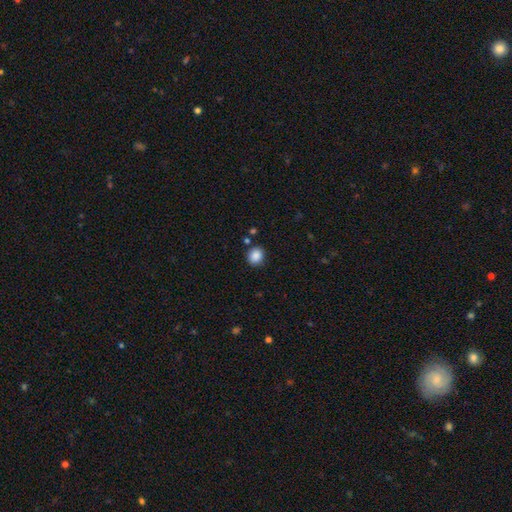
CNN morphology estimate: Q: Smooth or featured?
A: smooth (87%); runner-up: star or artifact (9%)
Q: How rounded?
A: round (72%); runner-up: in between (28%)
Q: Merging?
A: none (84%); runner-up: minor disturbance (9%)